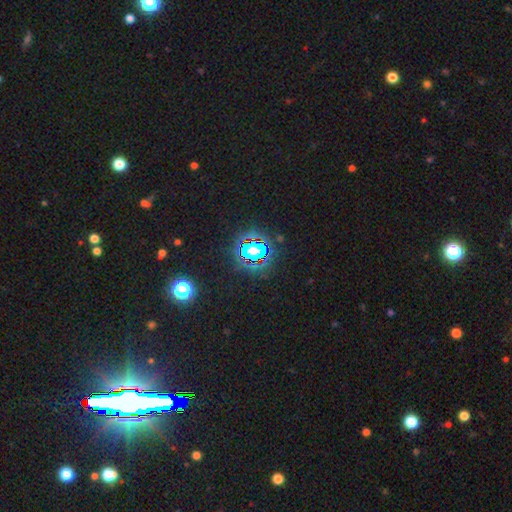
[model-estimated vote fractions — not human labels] The model was most divided on "smooth or featured": star or artifact: 66%, smooth: 22%, featured or disk: 12%.